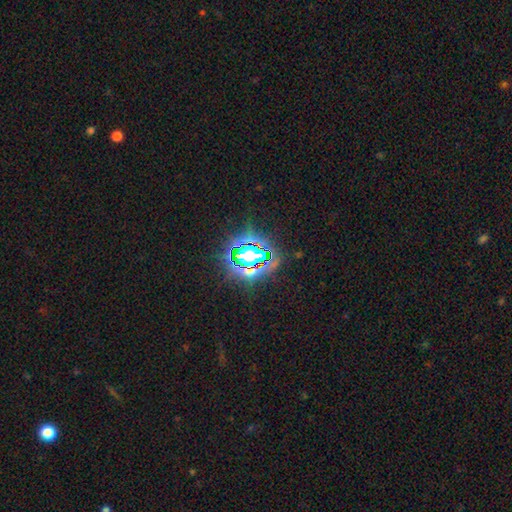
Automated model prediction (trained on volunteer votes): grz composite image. It shows a star or artifact, not a galaxy (80%).